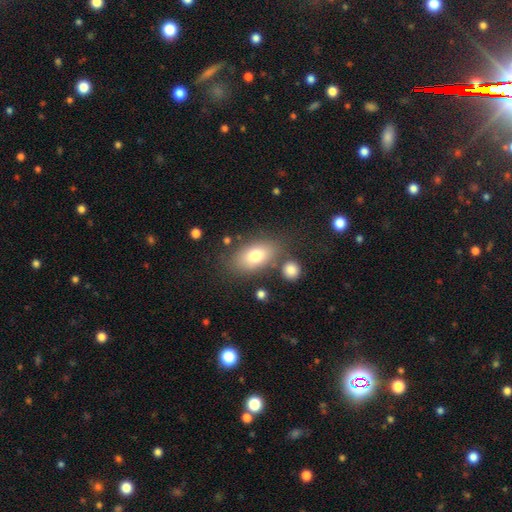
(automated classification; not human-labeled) Morphology: type=smooth (76%); roundness=in between (87%); merging=none (72%).